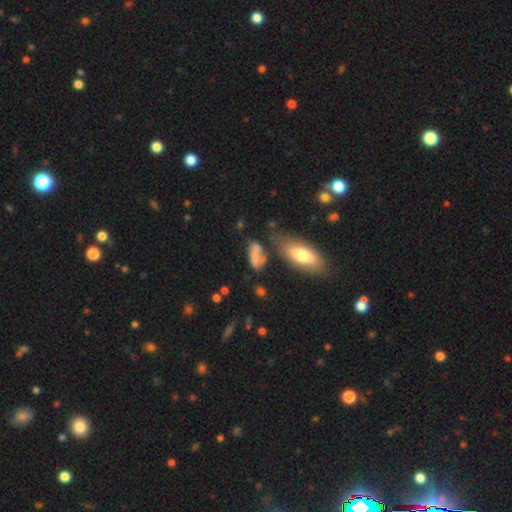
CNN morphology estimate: Smooth or featured: smooth — 66% (featured or disk — 22%)
How rounded: in between — 77% (cigar-shaped — 17%)
Merging: none — 44% (minor disturbance — 25%)